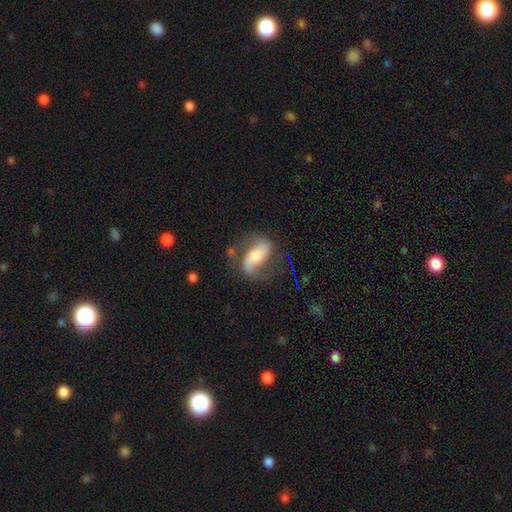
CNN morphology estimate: Smooth or featured?
  - featured or disk: 76% *
  - smooth: 18%
  - star or artifact: 6%
Edge-on disk?
  - no: 93% *
  - yes: 7%
Bar?
  - strong: 39% *
  - no: 32%
  - weak: 29%
Spiral arms?
  - yes: 91% *
  - no: 9%
Spiral winding?
  - loose: 60% *
  - medium: 30%
  - tight: 10%
Spiral arm count?
  - 2: 89% *
  - 1: 5%
  - can't tell: 4%
  - 3: 1%
  - 4: 1%
  - more than 4: 1%
Bulge size?
  - moderate: 53% *
  - small: 32%
  - large: 10%
  - none: 3%
  - dominant: 2%
Merging?
  - none: 68% *
  - minor disturbance: 19%
  - major disturbance: 11%
  - merger: 3%